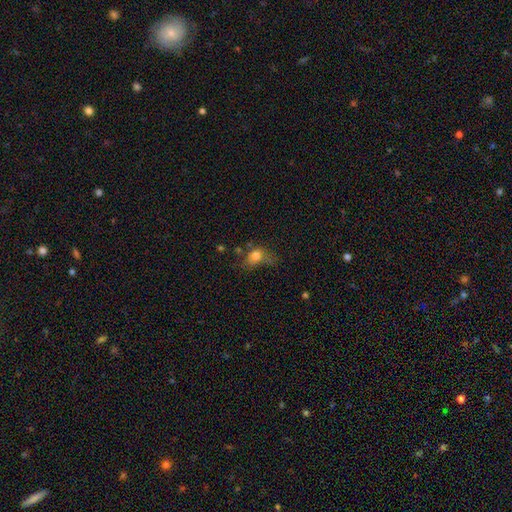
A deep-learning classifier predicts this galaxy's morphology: Smooth or featured: smooth — 75% (star or artifact — 13%)
How rounded: in between — 54% (round — 44%)
Merging: none — 33% (minor disturbance — 30%)